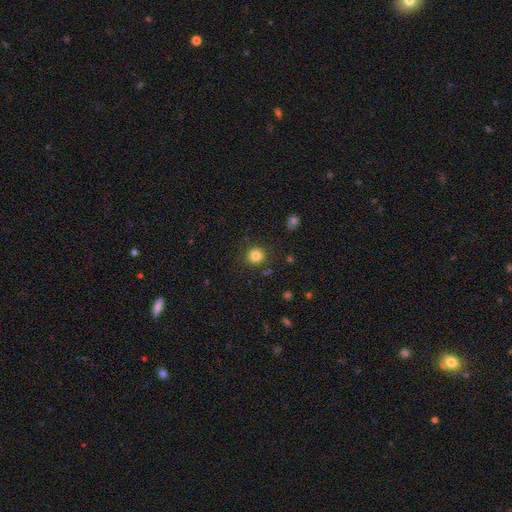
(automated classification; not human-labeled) smooth-or-featured: smooth: 82% | star or artifact: 12% | featured or disk: 5%
  how-rounded: round: 93% | in between: 6% | cigar-shaped: 1%
  merging: none: 88% | minor disturbance: 7% | major disturbance: 3% | merger: 2%